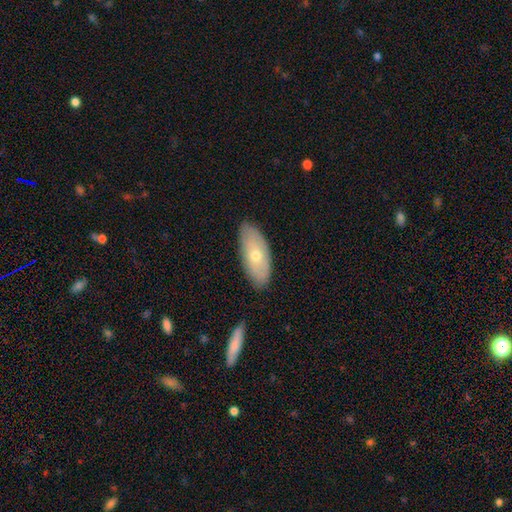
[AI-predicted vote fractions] Smooth or featured: smooth — 55% (featured or disk — 38%)
How rounded: in between — 87% (cigar-shaped — 10%)
Merging: none — 84% (minor disturbance — 12%)